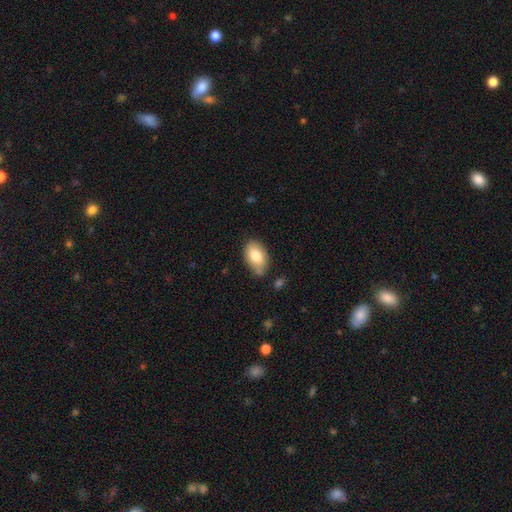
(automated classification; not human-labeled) This is likely a smooth galaxy (80%). How rounded: clearly in between (91%). Merging: likely none (71%).